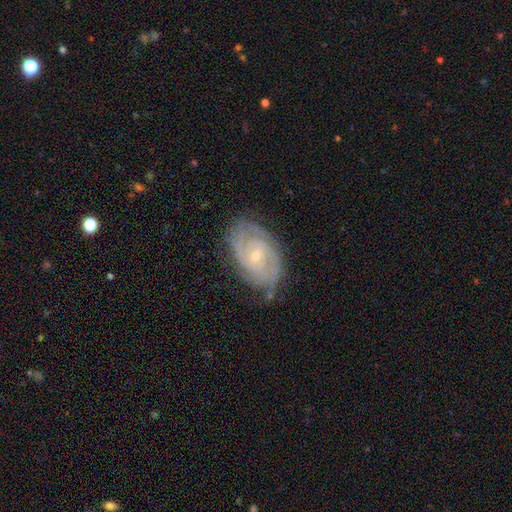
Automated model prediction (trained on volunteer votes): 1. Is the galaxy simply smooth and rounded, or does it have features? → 88% featured or disk, 7% smooth, 6% star or artifact.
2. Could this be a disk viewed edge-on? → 97% no, 3% yes.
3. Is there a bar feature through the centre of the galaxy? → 63% no, 30% weak, 7% strong.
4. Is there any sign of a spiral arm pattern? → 97% yes, 3% no.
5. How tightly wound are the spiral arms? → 69% tight, 27% medium, 4% loose.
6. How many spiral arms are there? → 47% 2, 20% 3, 17% can't tell, 7% 4, 4% more than 4, 4% 1.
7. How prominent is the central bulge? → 72% small, 25% moderate, 1% none, 1% large, 1% dominant.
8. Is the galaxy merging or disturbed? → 75% none, 19% minor disturbance, 5% major disturbance, 1% merger.